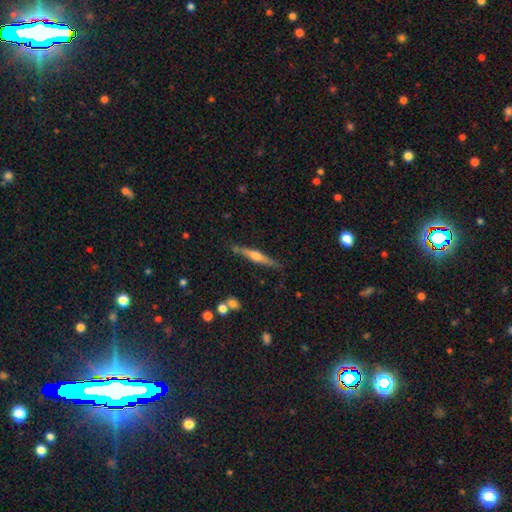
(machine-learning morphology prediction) featured or disk 63%, smooth 31%, star or artifact 6%. Down the decision tree: edge-on disk — yes (96%); edge-on bulge — rounded (87%); merging — none (80%).